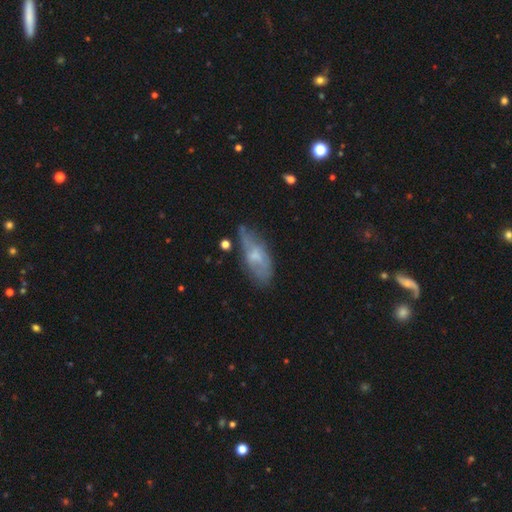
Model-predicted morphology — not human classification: Smooth or featured?
  - smooth: 48% *
  - featured or disk: 44%
  - star or artifact: 8%
Merging?
  - none: 52% *
  - minor disturbance: 32%
  - major disturbance: 13%
  - merger: 4%